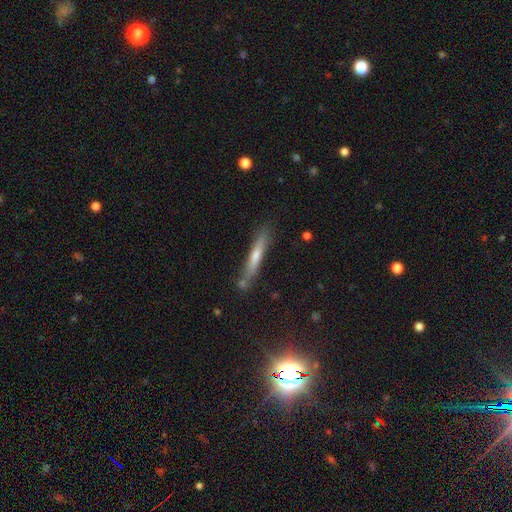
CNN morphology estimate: A smooth galaxy with no disk features (50%) that is cigar-shaped (94%).

Vote fractions:
- Smooth or featured? smooth: 50% / featured or disk: 41% / star or artifact: 8%
- How rounded? cigar-shaped: 94% / in between: 5% / round: 2%
- Merging? none: 80% / minor disturbance: 13% / merger: 4% / major disturbance: 3%